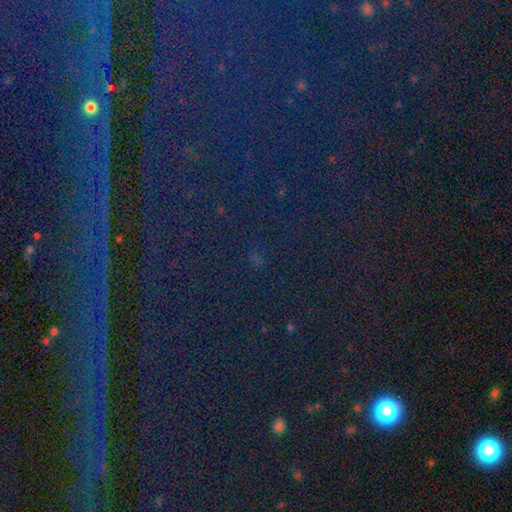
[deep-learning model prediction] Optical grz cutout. It shows a star or artifact, not a galaxy (77%).